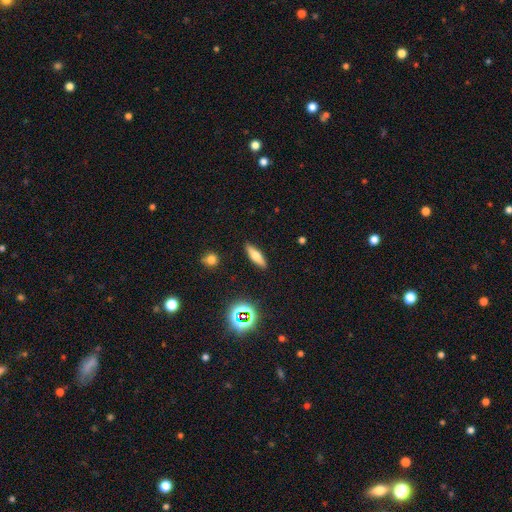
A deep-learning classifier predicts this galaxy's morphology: This is possibly a smooth galaxy (58%). How rounded: possibly cigar-shaped (56%). Merging: clearly none (89%).